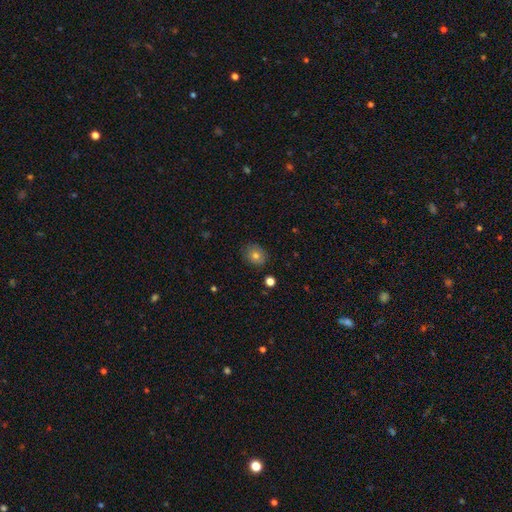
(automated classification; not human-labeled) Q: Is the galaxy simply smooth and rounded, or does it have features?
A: smooth — 77%.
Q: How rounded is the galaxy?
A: round — 63%.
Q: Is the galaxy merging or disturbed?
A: none — 84%.